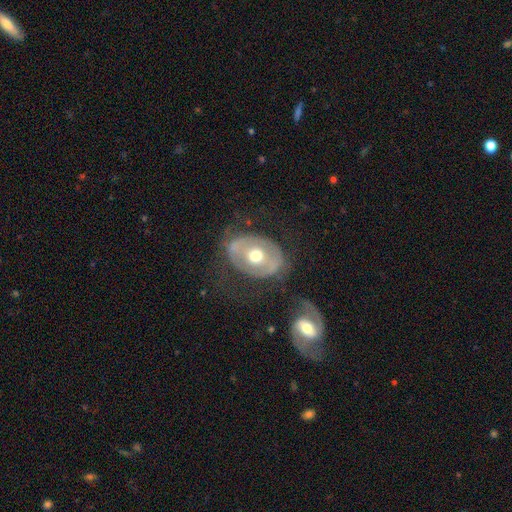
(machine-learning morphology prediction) Overall: featured or disk (62%; smooth 32%). Edge-on disk: no (94%). Bar: no (72%). Spiral arms: no (72%). Bulge size: moderate (73%). Merging: none (61%).